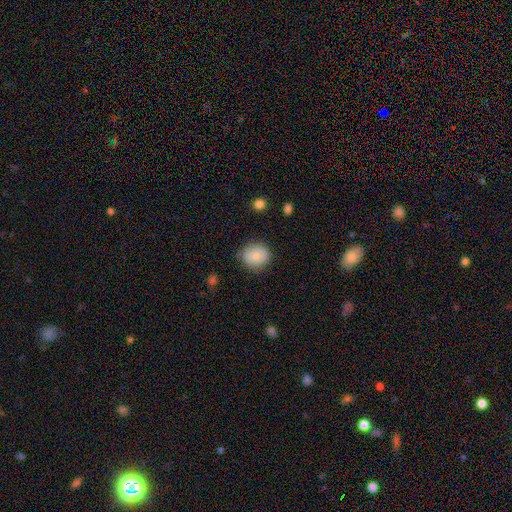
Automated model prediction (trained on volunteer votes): A smooth galaxy with no disk features (80%) that is round (77%).

Vote fractions:
- Smooth or featured? smooth: 80% / featured or disk: 12% / star or artifact: 8%
- How rounded? round: 77% / in between: 22% / cigar-shaped: 1%
- Merging? none: 75% / minor disturbance: 19% / major disturbance: 4% / merger: 2%